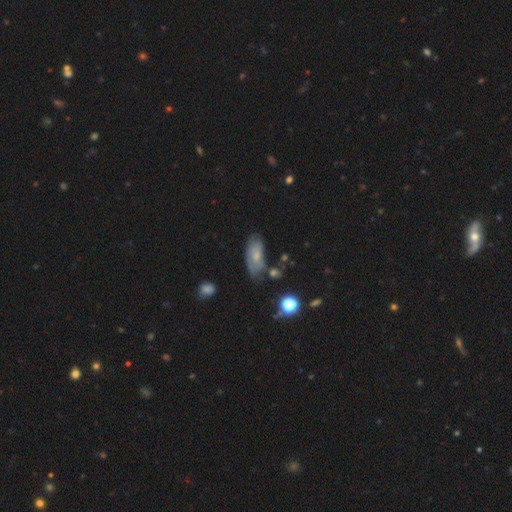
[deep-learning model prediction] Smooth or featured? Predicted: smooth (p=0.51). How rounded? Predicted: in between (p=0.86). Merging? Predicted: none (p=0.55).